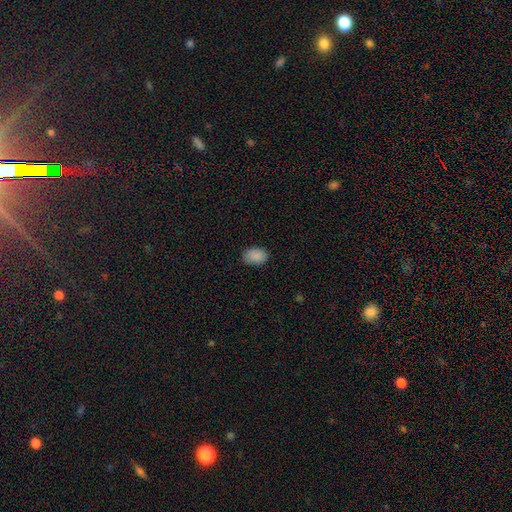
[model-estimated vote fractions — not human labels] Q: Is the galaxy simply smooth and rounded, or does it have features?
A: smooth — 89%.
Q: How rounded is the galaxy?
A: in between — 80%.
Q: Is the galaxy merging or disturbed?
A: none — 82%.